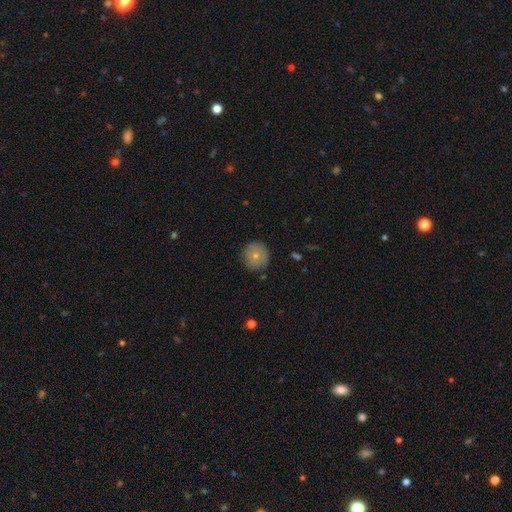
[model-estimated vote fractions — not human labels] The model was most divided on "smooth or featured": smooth: 69%, featured or disk: 22%, star or artifact: 9%. More confident: how rounded — round (94%); merging — none (86%).